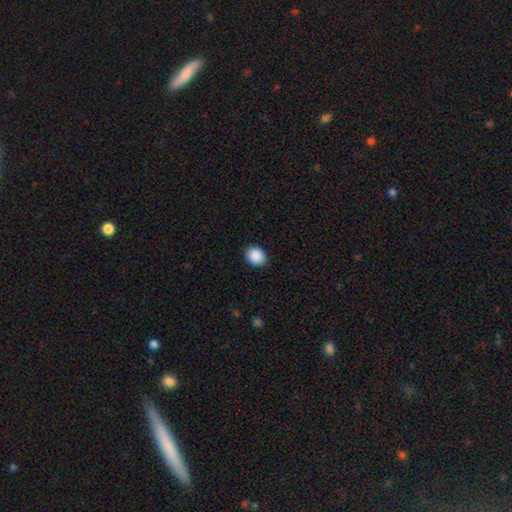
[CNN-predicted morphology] smooth 89%, star or artifact 8%, featured or disk 3%. Down the decision tree: how rounded — round (55%); merging — none (88%).